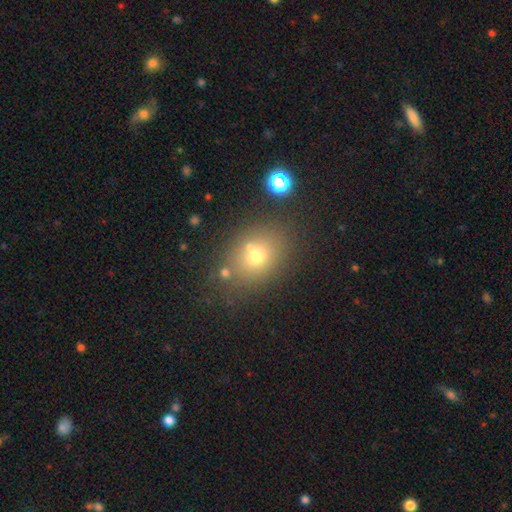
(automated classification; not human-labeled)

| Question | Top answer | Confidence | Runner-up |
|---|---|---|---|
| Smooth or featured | smooth | 67% | star or artifact (17%) |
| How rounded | in between | 55% | round (43%) |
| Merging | none | 69% | merger (14%) |